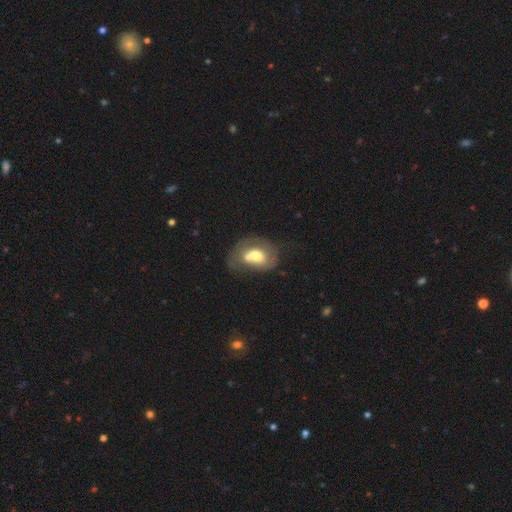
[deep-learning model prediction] Q: Smooth or featured?
A: smooth (50%); runner-up: featured or disk (43%)
Q: Merging?
A: merger (54%); runner-up: none (17%)